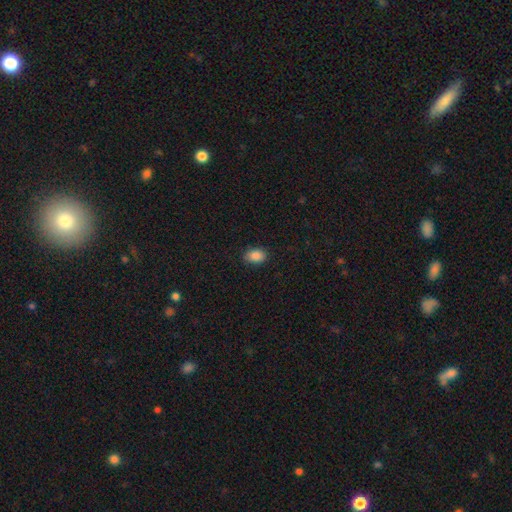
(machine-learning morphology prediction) smooth-or-featured: smooth: 87% | star or artifact: 9% | featured or disk: 4%
  how-rounded: in between: 80% | round: 19% | cigar-shaped: 1%
  merging: none: 86% | minor disturbance: 11% | major disturbance: 2% | merger: 1%